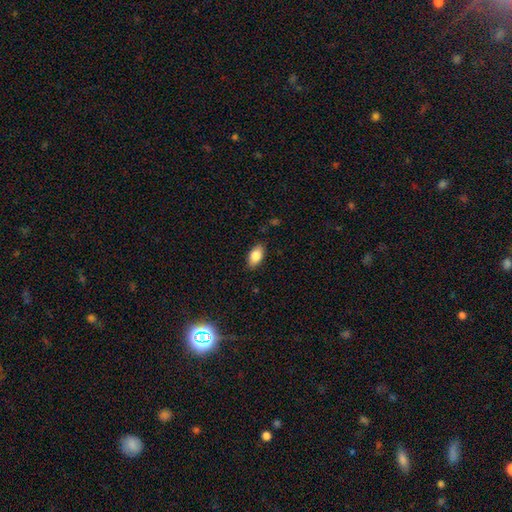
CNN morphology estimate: Smooth or featured? Predicted: smooth (p=0.83). How rounded? Predicted: in between (p=0.92). Merging? Predicted: none (p=0.85).